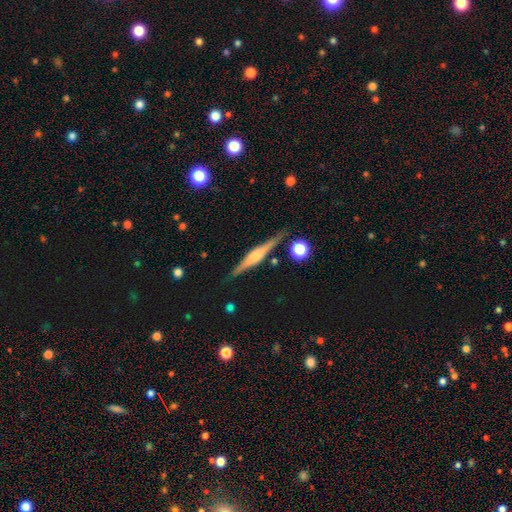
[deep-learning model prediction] smooth_or_featured: featured or disk (p=0.74) [alt: smooth p=0.20]
disk_edge_on: yes (p=0.97) [alt: no p=0.03]
edge_on_bulge: rounded (p=0.73) [alt: boxy p=0.21]
merging: none (p=0.85) [alt: minor disturbance p=0.10]